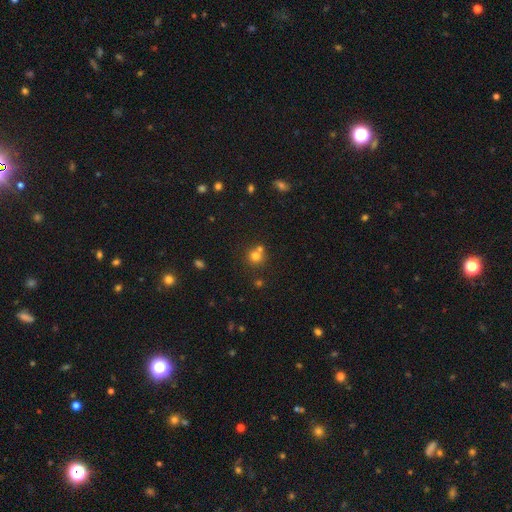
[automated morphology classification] Q: Smooth or featured?
A: smooth (73%); runner-up: star or artifact (17%)
Q: How rounded?
A: round (89%); runner-up: in between (10%)
Q: Merging?
A: none (57%); runner-up: merger (33%)